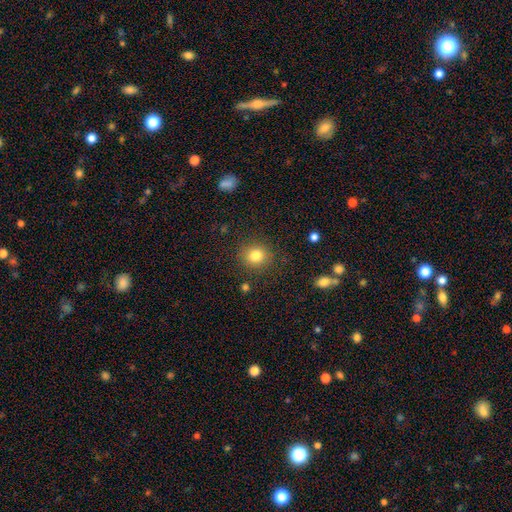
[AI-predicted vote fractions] smooth_or_featured: smooth (p=0.81) [alt: star or artifact p=0.12]
how_rounded: round (p=0.86) [alt: in between p=0.13]
merging: none (p=0.87) [alt: minor disturbance p=0.08]